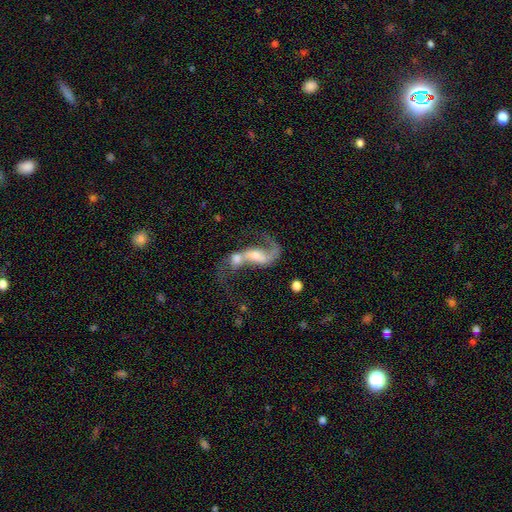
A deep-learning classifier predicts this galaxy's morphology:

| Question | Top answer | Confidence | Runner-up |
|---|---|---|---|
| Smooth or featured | featured or disk | 74% | smooth (18%) |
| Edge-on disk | no | 95% | yes (5%) |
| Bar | no | 43% | weak (35%) |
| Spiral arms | yes | 83% | no (17%) |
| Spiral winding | loose | 81% | medium (15%) |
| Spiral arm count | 2 | 66% | 1 (26%) |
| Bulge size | moderate | 39% | small (28%) |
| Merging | merger | 65% | major disturbance (16%) |